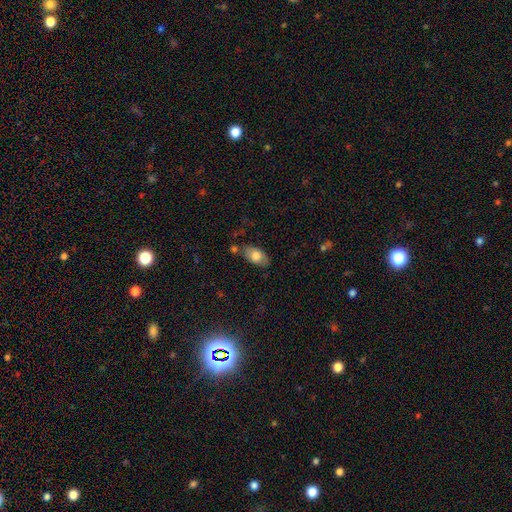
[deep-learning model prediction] A smooth galaxy with no disk features (75%) that is in between round and cigar-shaped (91%). Merging: none (69%).